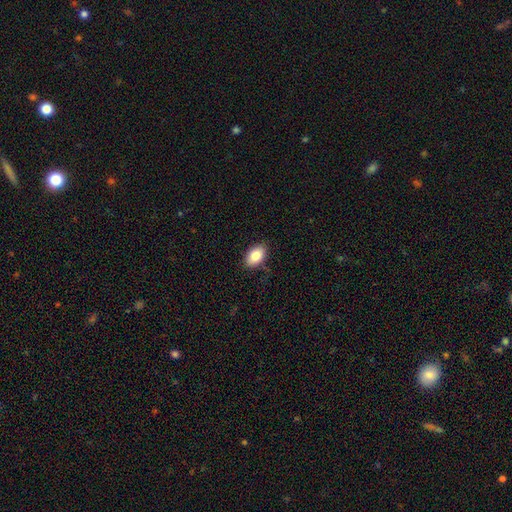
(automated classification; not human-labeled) Q: Smooth or featured?
A: smooth (85%); runner-up: featured or disk (7%)
Q: How rounded?
A: in between (91%); runner-up: round (7%)
Q: Merging?
A: none (84%); runner-up: minor disturbance (13%)